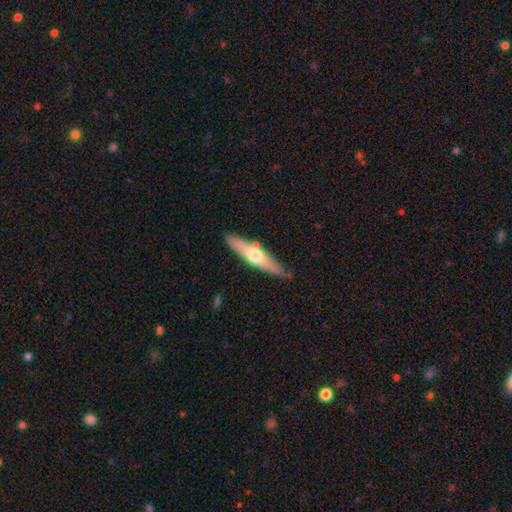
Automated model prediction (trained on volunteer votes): Smooth or featured?
  - featured or disk: 52% *
  - smooth: 43%
  - star or artifact: 5%
Edge-on disk?
  - yes: 89% *
  - no: 11%
Merging?
  - none: 81% *
  - minor disturbance: 13%
  - merger: 4%
  - major disturbance: 2%